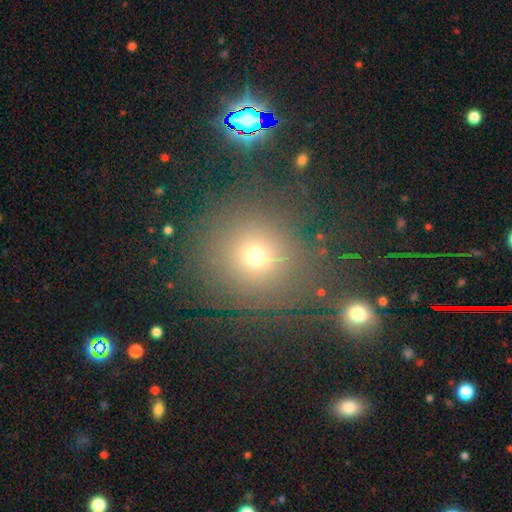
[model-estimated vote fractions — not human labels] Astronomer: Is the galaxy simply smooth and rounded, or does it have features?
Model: smooth — 66%.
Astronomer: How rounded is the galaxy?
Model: round — 87%.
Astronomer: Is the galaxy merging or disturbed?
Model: none — 74%.